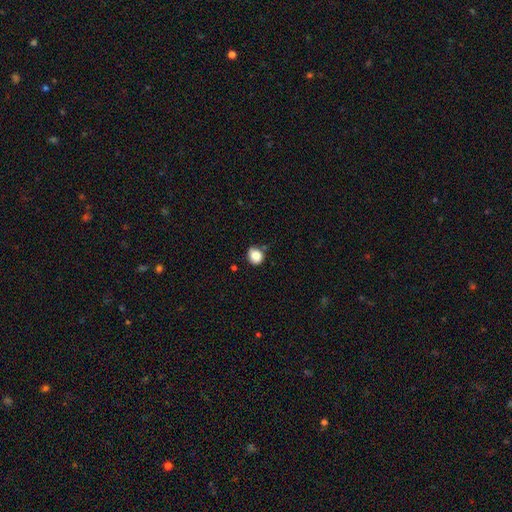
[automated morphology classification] Smooth or featured?
  - smooth: 86% *
  - star or artifact: 9%
  - featured or disk: 5%
How rounded?
  - round: 76% *
  - in between: 23%
  - cigar-shaped: 1%
Merging?
  - none: 69% *
  - minor disturbance: 23%
  - major disturbance: 5%
  - merger: 4%